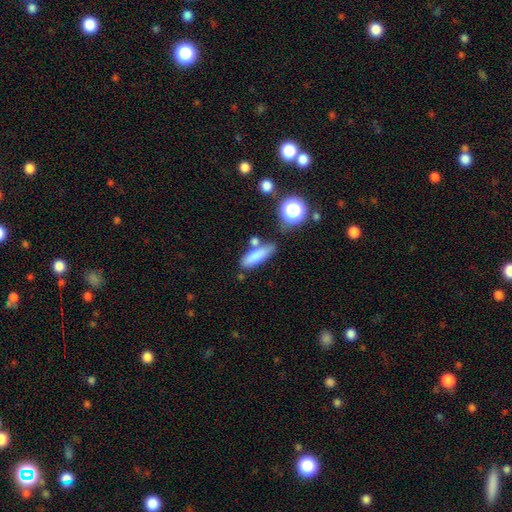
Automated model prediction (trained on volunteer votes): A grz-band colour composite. It shows a smooth galaxy with no disk features (79%) that is in between round and cigar-shaped (49%). Merging: none (60%).